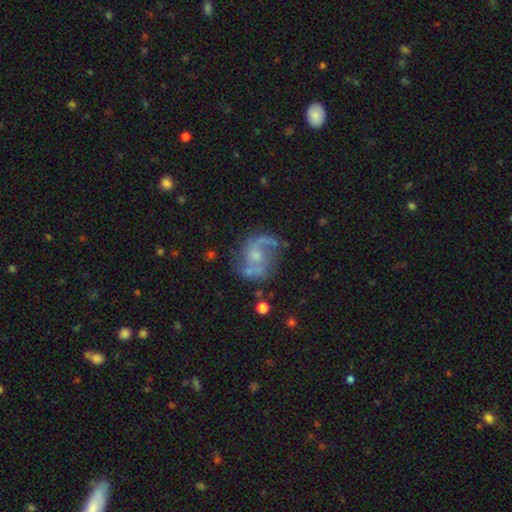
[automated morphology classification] smooth-or-featured: featured or disk: 79% | smooth: 13% | star or artifact: 8%
  disk-edge-on: no: 98% | yes: 2%
    bar: no: 59% | weak: 34% | strong: 7%
    has-spiral-arms: yes: 91% | no: 9%
      spiral-winding: medium: 46% | loose: 42% | tight: 12%
      spiral-arm-count: 2: 83% | 1: 7% | can't tell: 6% | 3: 2% | 4: 1% | more than 4: 1%
    bulge-size: small: 43% | moderate: 42% | none: 10% | large: 4% | dominant: 1%
  merging: none: 62% | minor disturbance: 19% | major disturbance: 13% | merger: 7%